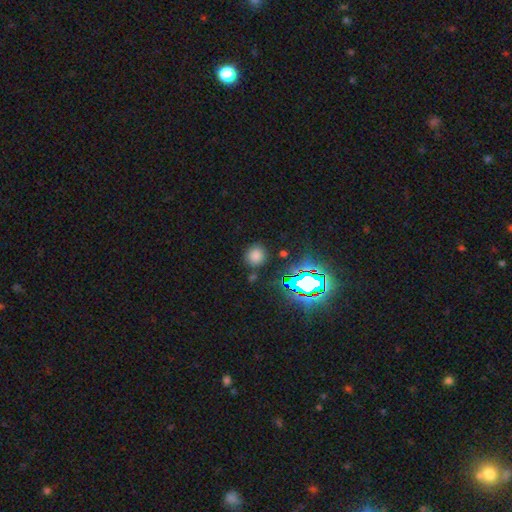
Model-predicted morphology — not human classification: A smooth galaxy with no disk features (70%) that is round (83%).

Vote fractions:
- Smooth or featured? smooth: 70% / star or artifact: 24% / featured or disk: 6%
- How rounded? round: 83% / in between: 16% / cigar-shaped: 1%
- Merging? none: 83% / minor disturbance: 10% / merger: 3% / major disturbance: 3%